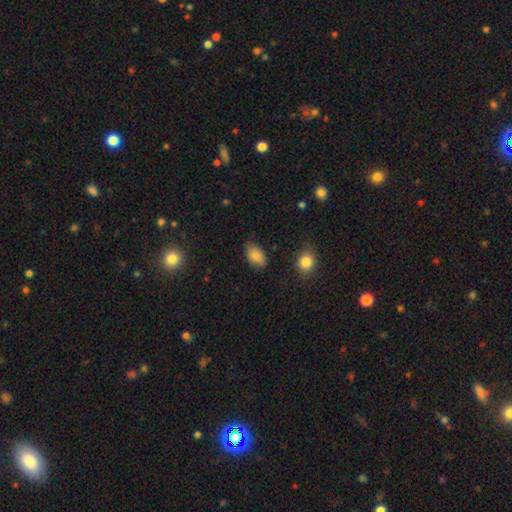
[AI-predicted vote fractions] Smooth or featured? smooth (84%)
How rounded? in between (90%)
Merging? none (76%)